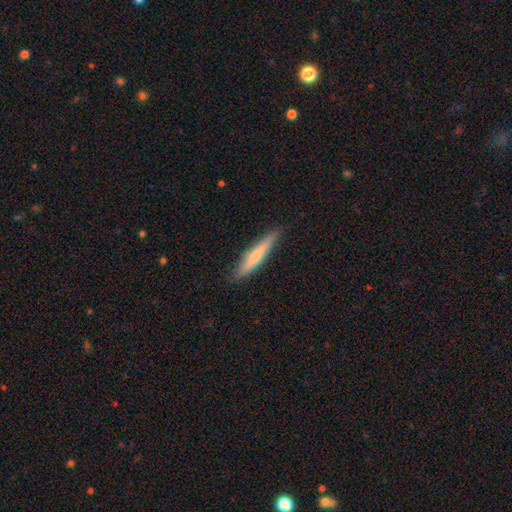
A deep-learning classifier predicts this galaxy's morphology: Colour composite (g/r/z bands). It shows a smooth galaxy with no disk features (66%) that is cigar-shaped (93%). Merging: none (86%).